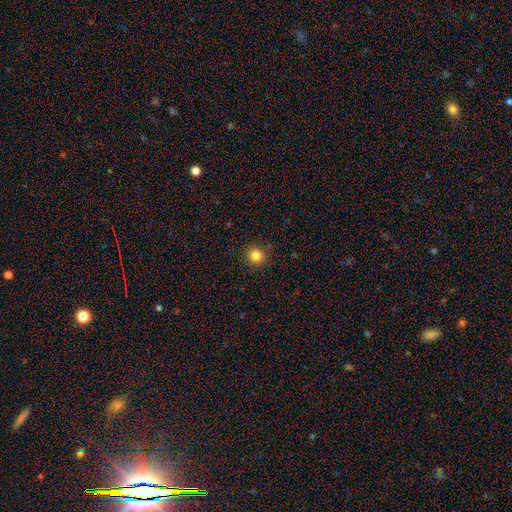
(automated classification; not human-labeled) This appears to be a smooth galaxy with no disk features (83%) that is round (92%). Merging: none (90%).